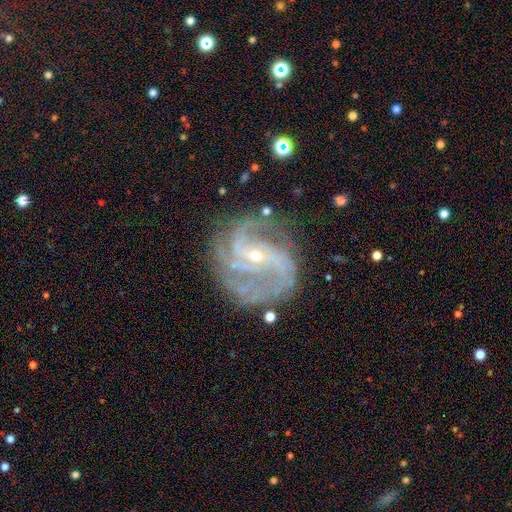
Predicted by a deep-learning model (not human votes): A featured or disk galaxy (90%) with no bar (43%), 2 (31%) medium (50%) spiral arms (98%) and a small central bulge (79%). Merging: none (69%).